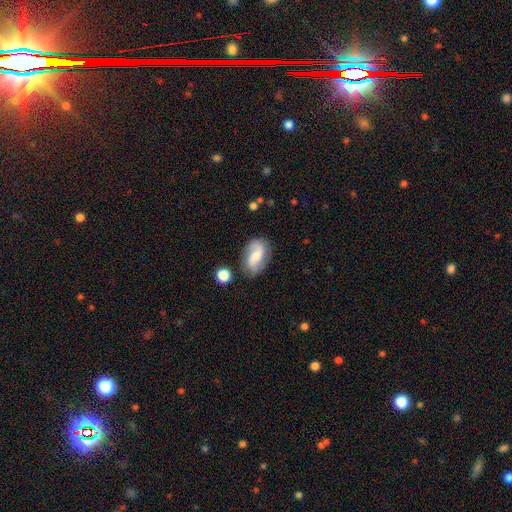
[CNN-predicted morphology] This appears to be a featured or disk galaxy (72%) with no bar (47%), 2 (87%) loose (52%) spiral arms (94%) and a moderate central bulge (49%). Merging: none (77%).